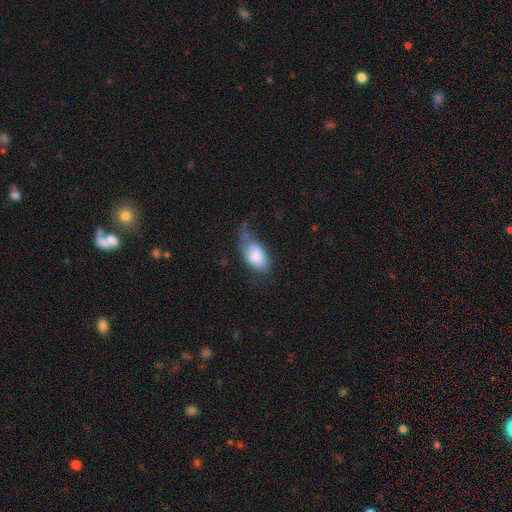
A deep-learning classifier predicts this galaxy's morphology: type=smooth (76%); roundness=in between (92%); merging=minor disturbance (37%).